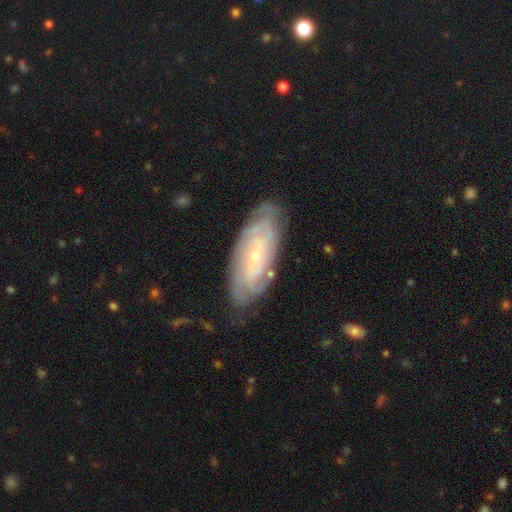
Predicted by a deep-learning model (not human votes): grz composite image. It shows a featured or disk galaxy (78%) with no bar (70%), tight (77%) spiral arms (92%) and a small central bulge (80%). Merging: none (77%).